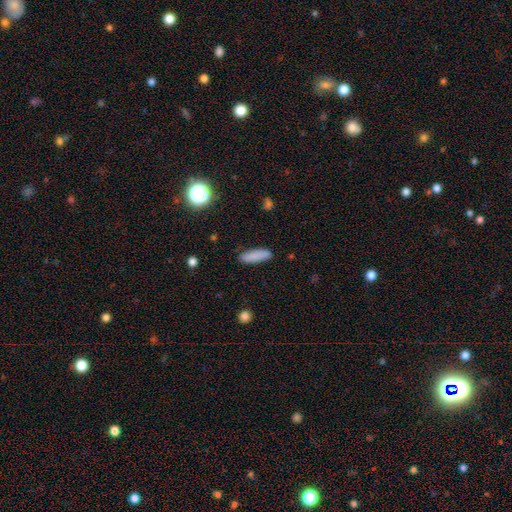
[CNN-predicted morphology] smooth_or_featured: smooth (p=0.86) [alt: star or artifact p=0.08]
how_rounded: cigar-shaped (p=0.58) [alt: in between p=0.40]
merging: none (p=0.86) [alt: minor disturbance p=0.11]